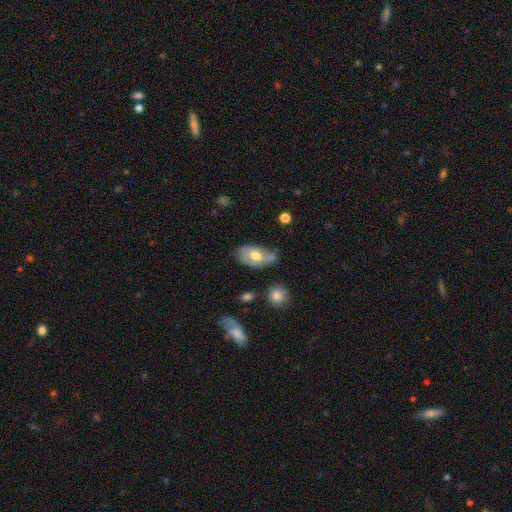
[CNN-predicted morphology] A smooth galaxy with no disk features (52%) that is in between round and cigar-shaped (90%).

Vote fractions:
- Smooth or featured? smooth: 52% / featured or disk: 41% / star or artifact: 7%
- How rounded? in between: 90% / round: 8% / cigar-shaped: 2%
- Merging? none: 48% / minor disturbance: 33% / major disturbance: 11% / merger: 8%